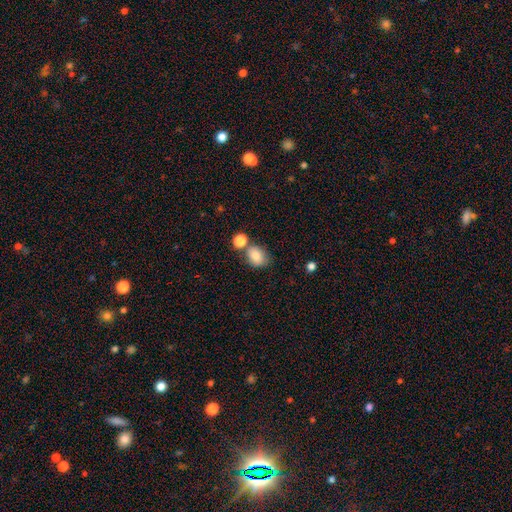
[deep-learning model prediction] Smooth or featured? smooth (82%)
How rounded? in between (64%)
Merging? none (59%)